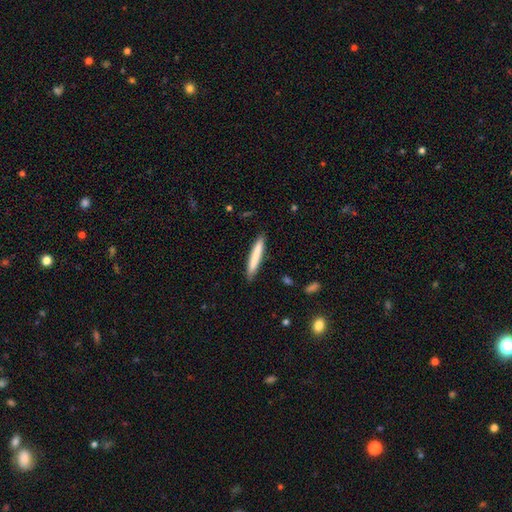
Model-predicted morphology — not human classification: A smooth galaxy with no disk features (76%) that is cigar-shaped (95%).

Vote fractions:
- Smooth or featured? smooth: 76% / featured or disk: 18% / star or artifact: 6%
- How rounded? cigar-shaped: 95% / in between: 4% / round: 1%
- Merging? none: 89% / minor disturbance: 8% / major disturbance: 2% / merger: 1%